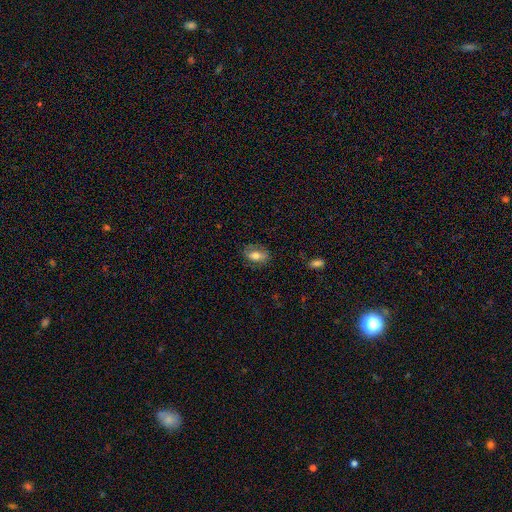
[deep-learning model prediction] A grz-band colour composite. It shows a smooth galaxy with no disk features (65%) that is in between round and cigar-shaped (84%). Merging: none (75%).